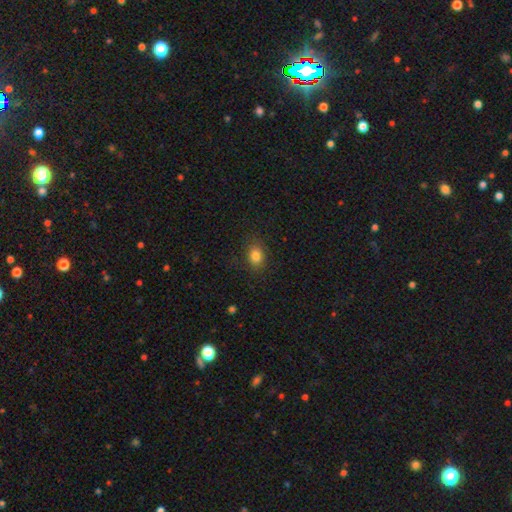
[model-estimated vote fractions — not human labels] Smooth or featured? smooth (83%)
How rounded? in between (65%)
Merging? none (84%)